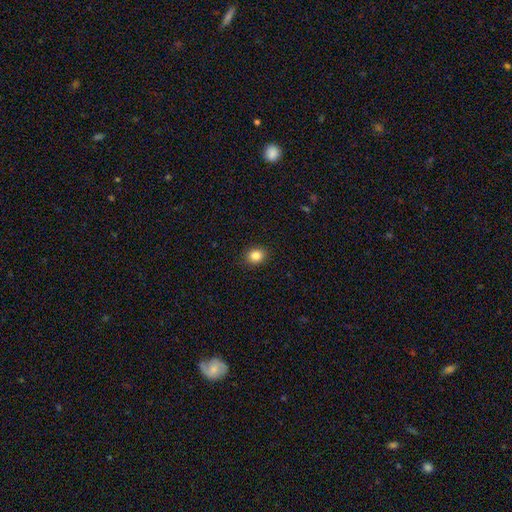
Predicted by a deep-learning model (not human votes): Q: Smooth or featured?
A: smooth (85%); runner-up: star or artifact (10%)
Q: How rounded?
A: round (64%); runner-up: in between (35%)
Q: Merging?
A: none (90%); runner-up: minor disturbance (7%)